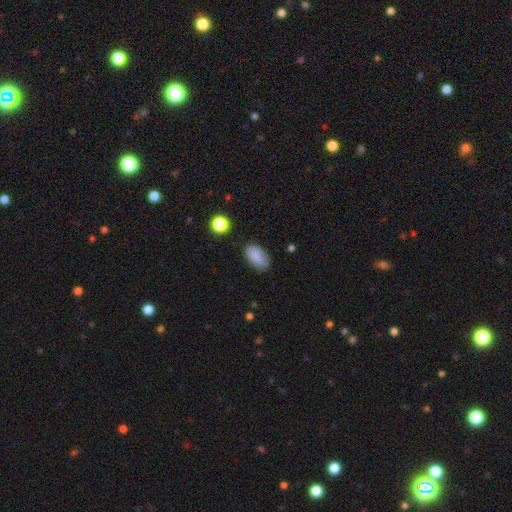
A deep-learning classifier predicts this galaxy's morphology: Smooth or featured? smooth (85%)
How rounded? in between (92%)
Merging? none (77%)